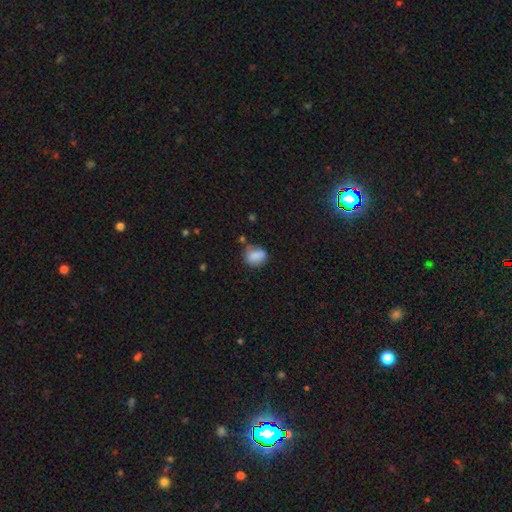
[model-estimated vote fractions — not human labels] The model was most divided on "how rounded": round: 60%, in between: 39%, cigar-shaped: 1%. More confident: smooth or featured — smooth (76%); merging — none (51%).